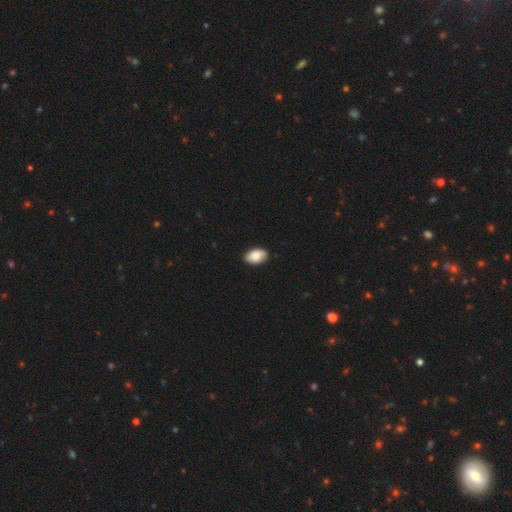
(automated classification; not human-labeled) This is clearly a smooth galaxy (85%). How rounded: clearly in between (93%). Merging: clearly none (85%).